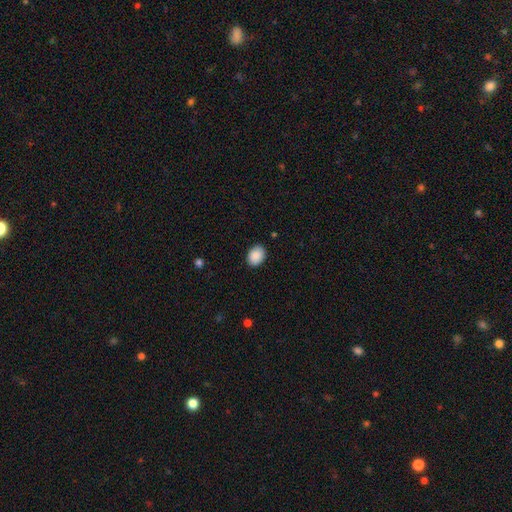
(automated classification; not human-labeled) smooth_or_featured: smooth (p=0.90) [alt: star or artifact p=0.07]
how_rounded: in between (p=0.68) [alt: round p=0.31]
merging: none (p=0.88) [alt: minor disturbance p=0.09]